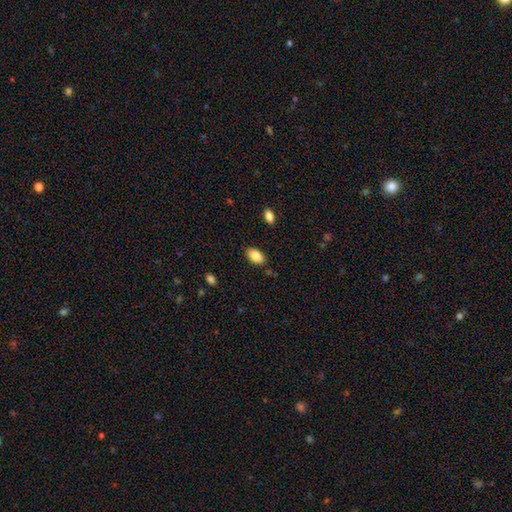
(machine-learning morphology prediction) Q: Smooth or featured?
A: smooth (85%); runner-up: star or artifact (8%)
Q: How rounded?
A: in between (92%); runner-up: round (5%)
Q: Merging?
A: none (85%); runner-up: minor disturbance (11%)